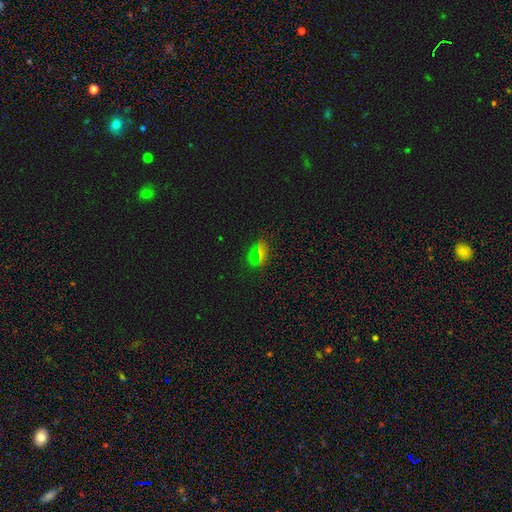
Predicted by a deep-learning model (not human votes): This is possibly a smooth galaxy (55%). How rounded: possibly in between (55%). Merging: clearly none (84%).